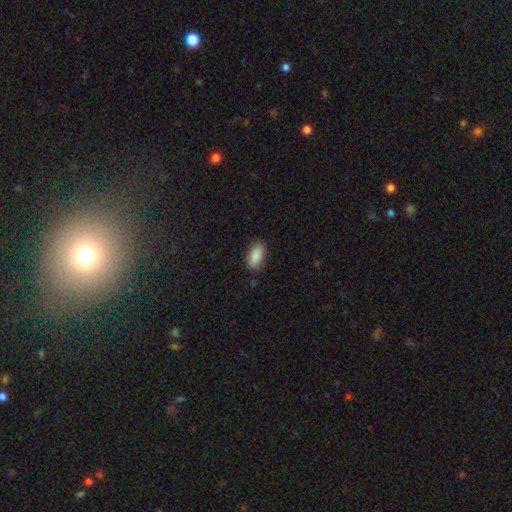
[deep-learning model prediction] A smooth galaxy with no disk features (89%) that is in between round and cigar-shaped (91%).

Vote fractions:
- Smooth or featured? smooth: 89% / star or artifact: 6% / featured or disk: 4%
- How rounded? in between: 91% / cigar-shaped: 7% / round: 3%
- Merging? none: 86% / minor disturbance: 10% / major disturbance: 2% / merger: 1%